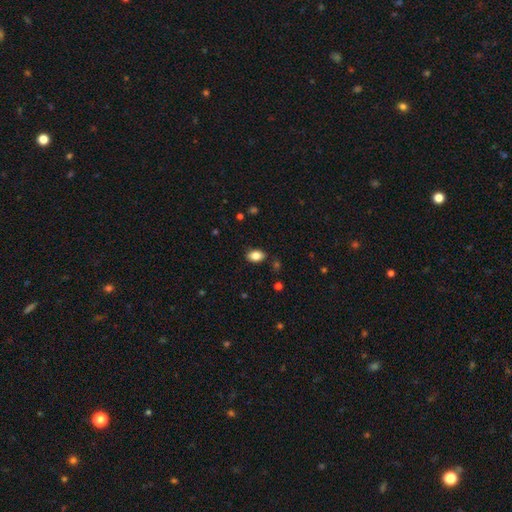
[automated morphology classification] Smooth or featured? Predicted: smooth (p=0.85). How rounded? Predicted: in between (p=0.88). Merging? Predicted: none (p=0.85).